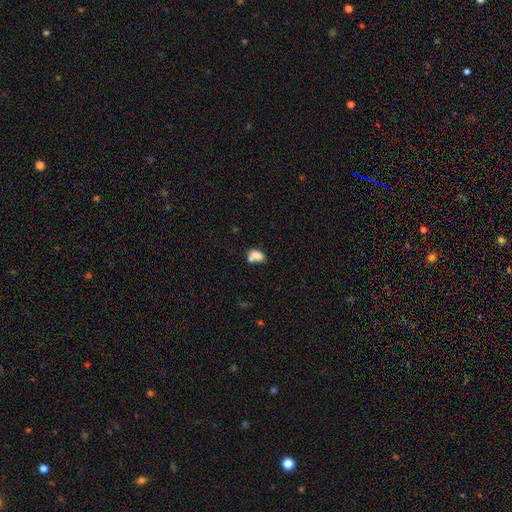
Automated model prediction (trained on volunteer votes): A smooth galaxy with no disk features (76%) that is in between round and cigar-shaped (81%).

Vote fractions:
- Smooth or featured? smooth: 76% / featured or disk: 13% / star or artifact: 10%
- How rounded? in between: 81% / round: 17% / cigar-shaped: 2%
- Merging? merger: 43% / none: 36% / minor disturbance: 15% / major disturbance: 7%